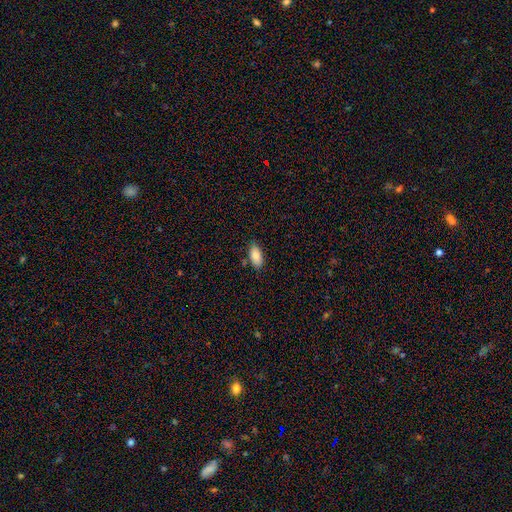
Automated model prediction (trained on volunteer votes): smooth_or_featured: smooth (p=0.87) [alt: star or artifact p=0.07]
how_rounded: in between (p=0.92) [alt: cigar-shaped p=0.06]
merging: none (p=0.82) [alt: minor disturbance p=0.13]